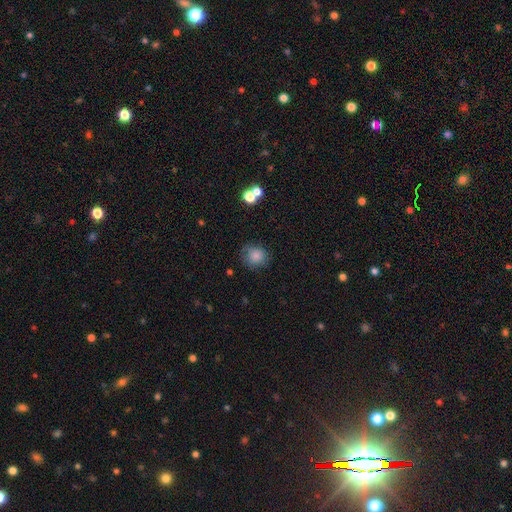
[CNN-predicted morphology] Q: Smooth or featured?
A: smooth (82%); runner-up: star or artifact (10%)
Q: How rounded?
A: round (81%); runner-up: in between (18%)
Q: Merging?
A: none (73%); runner-up: minor disturbance (18%)